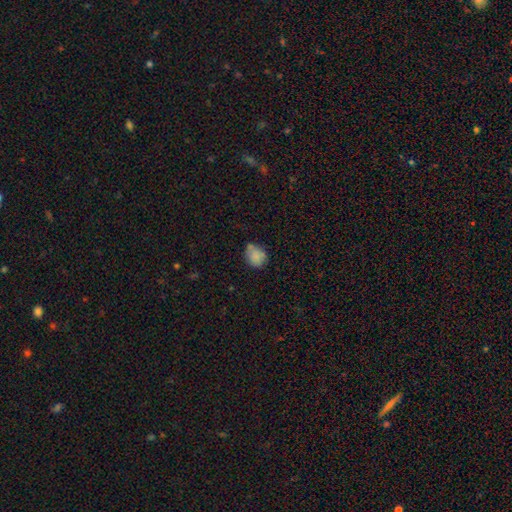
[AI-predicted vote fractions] This appears to be a smooth galaxy with no disk features (82%) that is round (61%). Merging: none (59%).